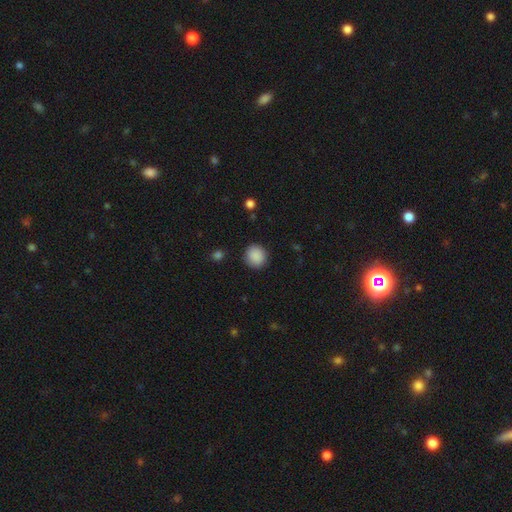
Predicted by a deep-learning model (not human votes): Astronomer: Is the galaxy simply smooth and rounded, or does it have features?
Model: smooth — 89%.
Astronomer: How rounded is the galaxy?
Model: round — 90%.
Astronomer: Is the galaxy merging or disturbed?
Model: none — 89%.